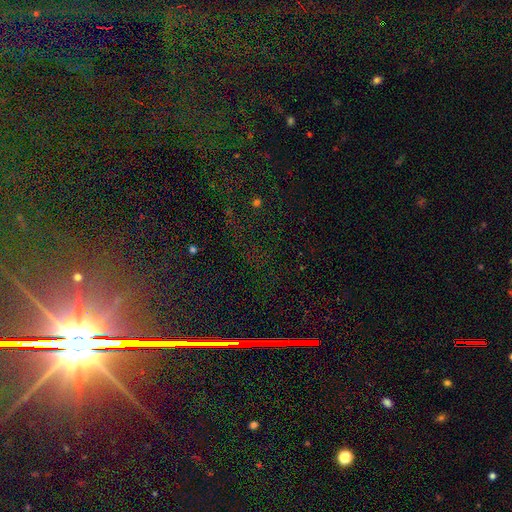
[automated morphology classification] Q: Smooth or featured?
A: star or artifact (78%); runner-up: featured or disk (14%)